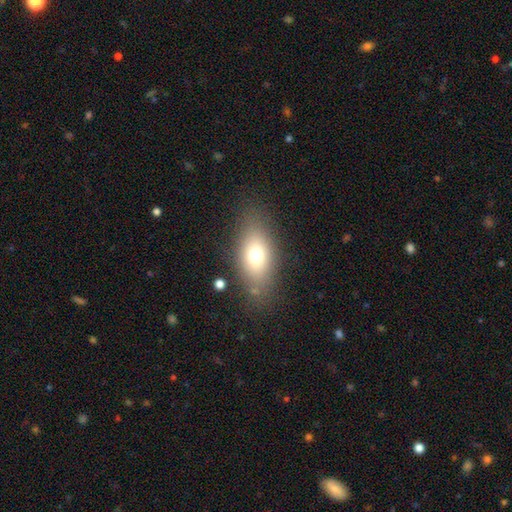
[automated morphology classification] Smooth or featured? Predicted: smooth (p=0.71). How rounded? Predicted: in between (p=0.82). Merging? Predicted: none (p=0.78).